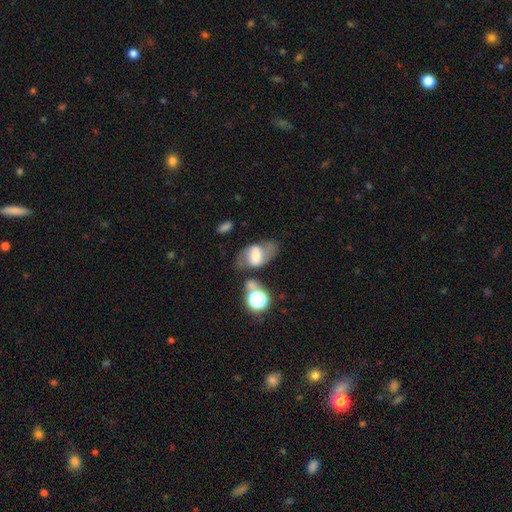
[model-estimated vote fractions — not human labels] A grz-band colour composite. It shows a featured or disk galaxy (48%). Merging: none (51%).